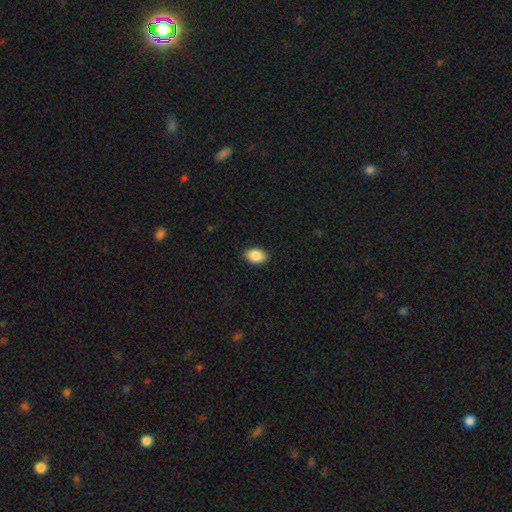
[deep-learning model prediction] Smooth or featured: smooth — 89% (star or artifact — 7%)
How rounded: in between — 83% (round — 16%)
Merging: none — 90% (minor disturbance — 8%)